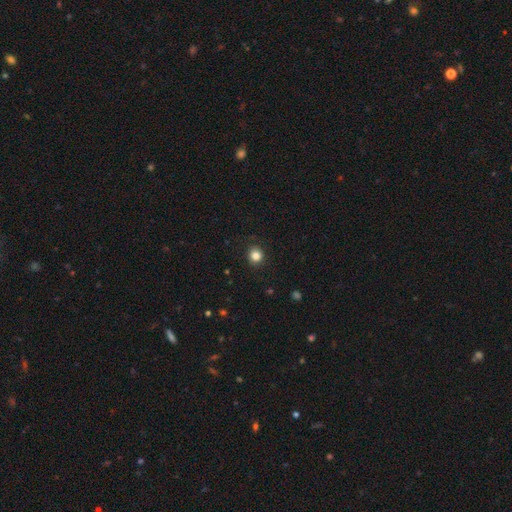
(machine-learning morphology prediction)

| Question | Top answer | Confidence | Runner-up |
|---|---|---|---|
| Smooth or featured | smooth | 84% | star or artifact (12%) |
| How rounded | round | 88% | in between (11%) |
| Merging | none | 90% | minor disturbance (7%) |